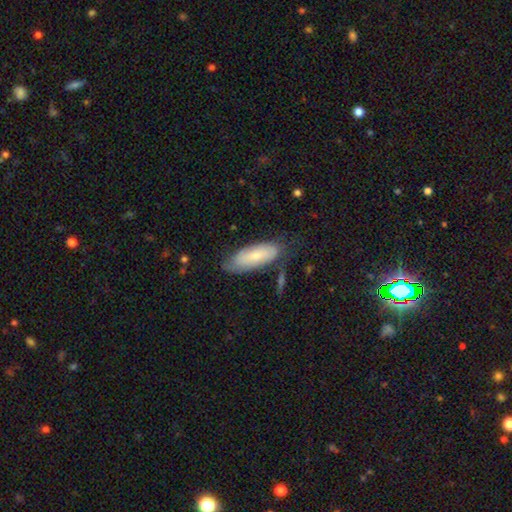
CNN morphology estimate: Q: Smooth or featured?
A: smooth (69%); runner-up: featured or disk (24%)
Q: How rounded?
A: in between (72%); runner-up: cigar-shaped (27%)
Q: Merging?
A: none (66%); runner-up: minor disturbance (24%)